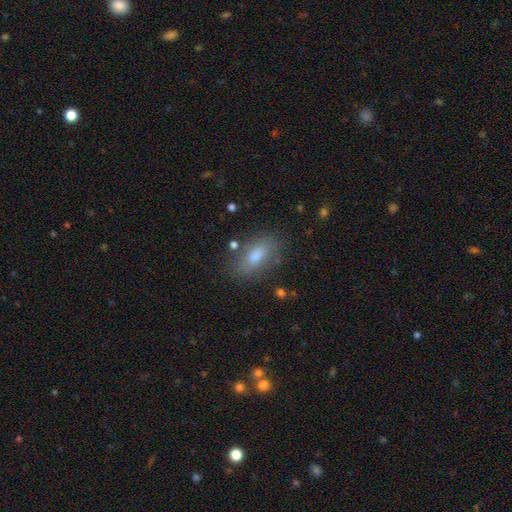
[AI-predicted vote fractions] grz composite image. It shows a smooth galaxy with no disk features (73%) that is in between round and cigar-shaped (85%). Merging: none (79%).